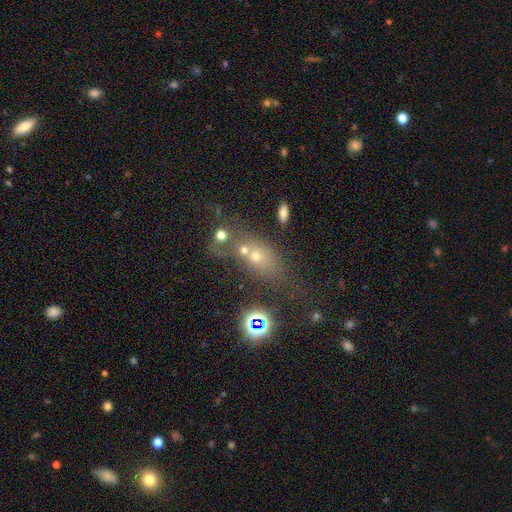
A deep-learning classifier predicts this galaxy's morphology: Smooth or featured? smooth (44%)
Merging? none (52%)